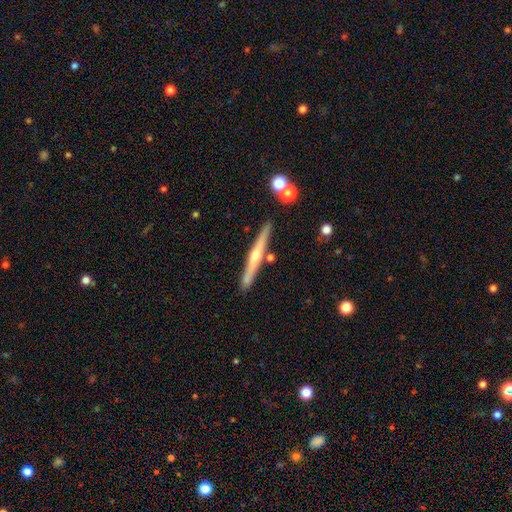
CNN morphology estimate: Overall: featured or disk (71%). Edge-on disk: yes (97%). Edge-on bulge: rounded (84%). Merging: none (86%).